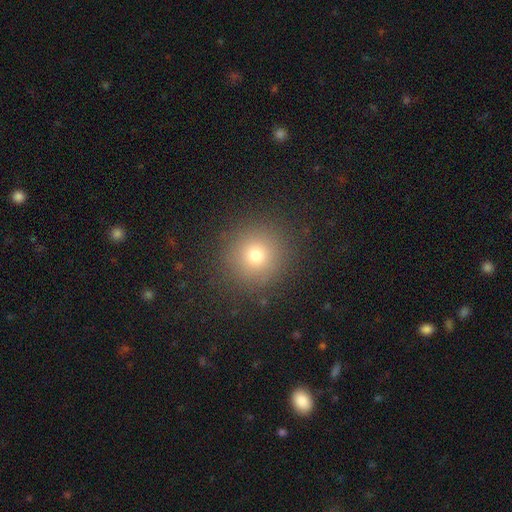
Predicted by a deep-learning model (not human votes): Overall: smooth (74%). How rounded: round (93%). Merging: none (89%).